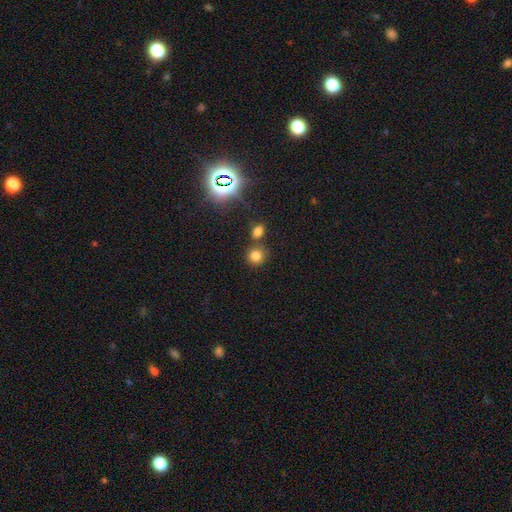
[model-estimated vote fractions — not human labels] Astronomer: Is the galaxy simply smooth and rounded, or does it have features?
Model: smooth — 77%.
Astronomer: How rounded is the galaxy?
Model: round — 86%.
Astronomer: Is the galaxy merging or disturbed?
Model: none — 66%.